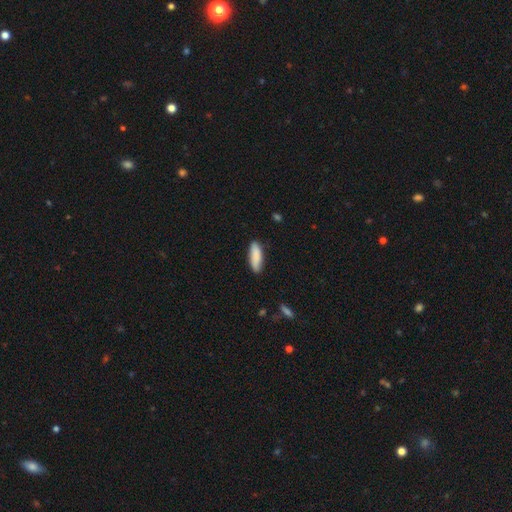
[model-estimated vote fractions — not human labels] Smooth or featured? smooth (87%)
How rounded? in between (54%)
Merging? none (82%)